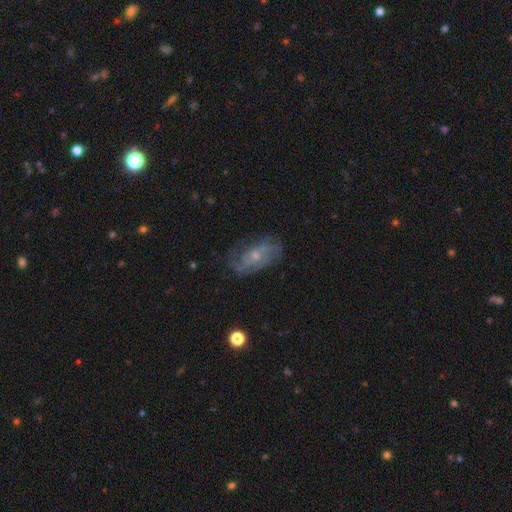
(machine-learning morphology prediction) This is likely a featured or disk galaxy (72%). It is clearly not viewed edge-on (94%). Bar: likely no (68%). Spiral arm pattern: clearly yes (86%). Spiral arm count: marginally 2 (42%). Spiral winding: marginally medium (43%). Central bulge: possibly small (60%). Merging: likely none (66%).